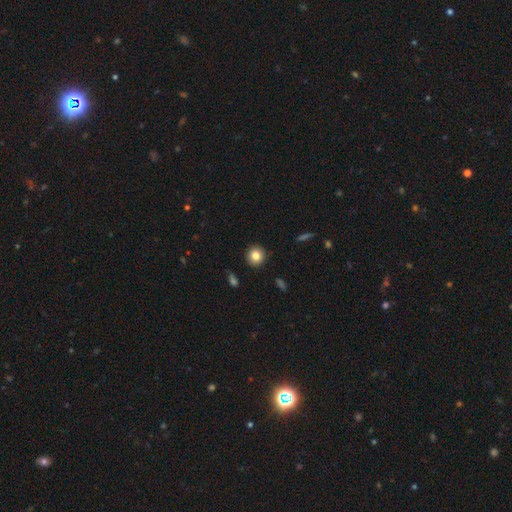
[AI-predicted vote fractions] Smooth or featured: smooth — 83% (star or artifact — 10%)
How rounded: round — 91% (in between — 8%)
Merging: none — 91% (minor disturbance — 6%)